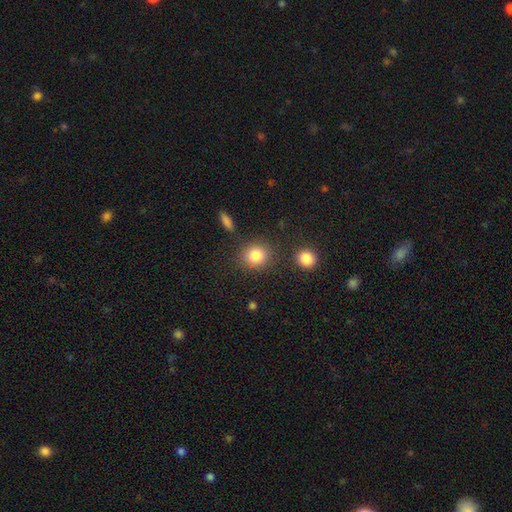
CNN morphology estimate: Smooth or featured? smooth (84%)
How rounded? round (78%)
Merging? none (81%)